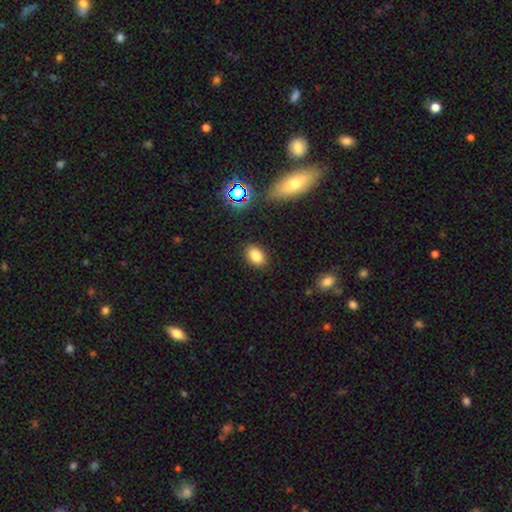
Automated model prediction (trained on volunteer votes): This is clearly a smooth galaxy (82%). How rounded: clearly in between (81%). Merging: clearly none (88%).